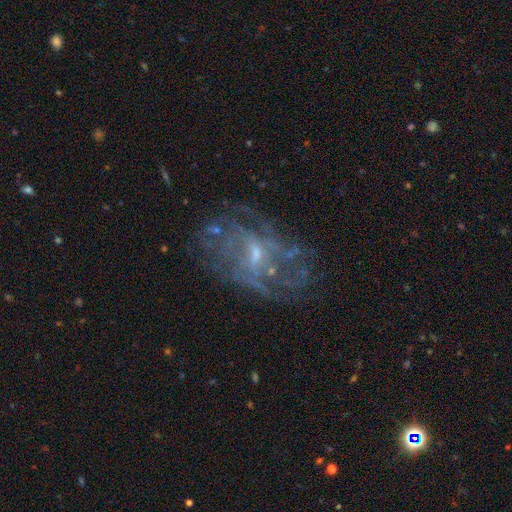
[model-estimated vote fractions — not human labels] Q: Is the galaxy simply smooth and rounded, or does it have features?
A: featured or disk — 76%.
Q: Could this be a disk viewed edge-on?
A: no — 96%.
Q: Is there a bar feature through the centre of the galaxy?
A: no — 48%.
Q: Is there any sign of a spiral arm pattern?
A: yes — 66%.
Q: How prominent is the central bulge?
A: small — 64%.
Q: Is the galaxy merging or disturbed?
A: none — 60%.